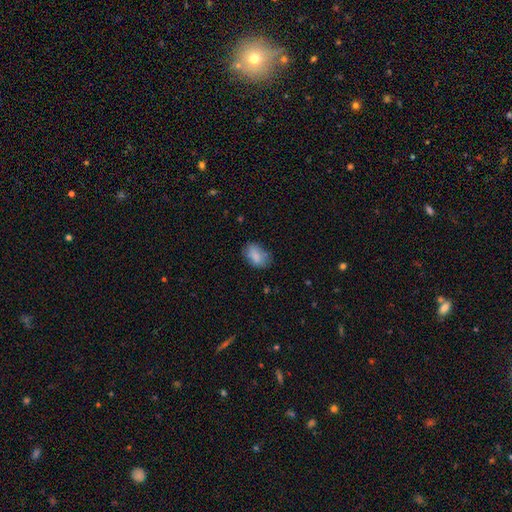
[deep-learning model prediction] Smooth or featured? Predicted: smooth (p=0.84). How rounded? Predicted: in between (p=0.87). Merging? Predicted: none (p=0.68).